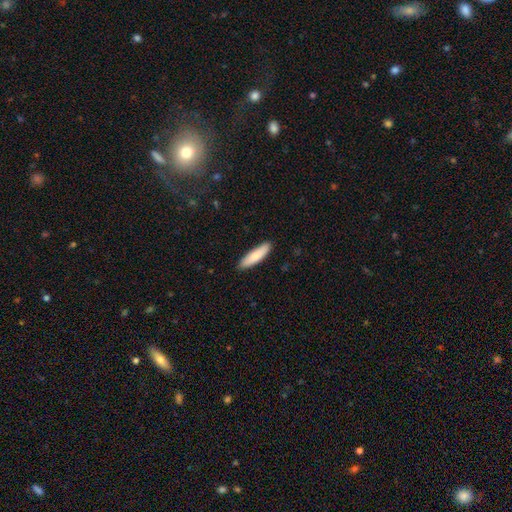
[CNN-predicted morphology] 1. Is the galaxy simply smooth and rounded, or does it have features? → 85% smooth, 10% featured or disk, 5% star or artifact.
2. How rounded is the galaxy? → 70% cigar-shaped, 29% in between, 1% round.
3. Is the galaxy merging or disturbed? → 89% none, 9% minor disturbance, 2% major disturbance, 1% merger.